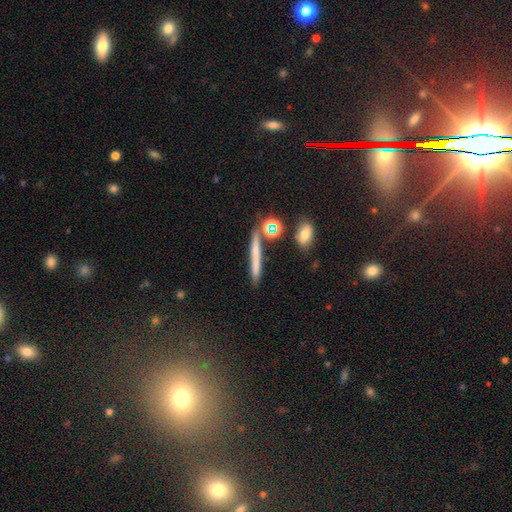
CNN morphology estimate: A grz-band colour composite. It shows a smooth galaxy with no disk features (55%) that is cigar-shaped (88%). Merging: none (78%).